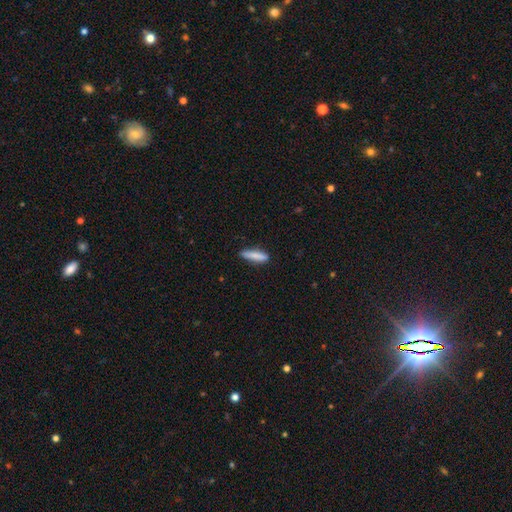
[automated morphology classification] A smooth galaxy with no disk features (81%) that is cigar-shaped (79%). Merging: none (83%).